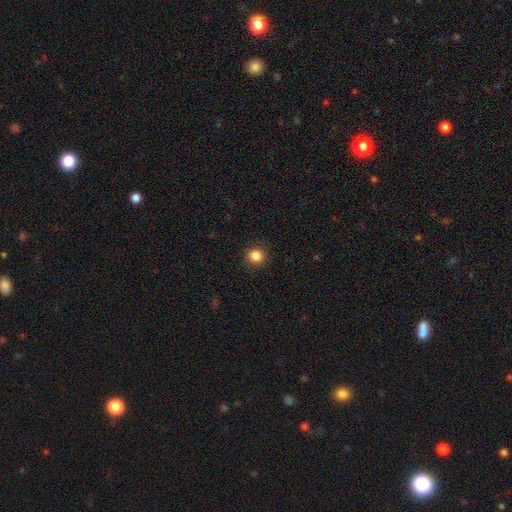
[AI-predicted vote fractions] Smooth or featured: smooth — 86% (star or artifact — 10%)
How rounded: round — 90% (in between — 10%)
Merging: none — 90% (minor disturbance — 7%)